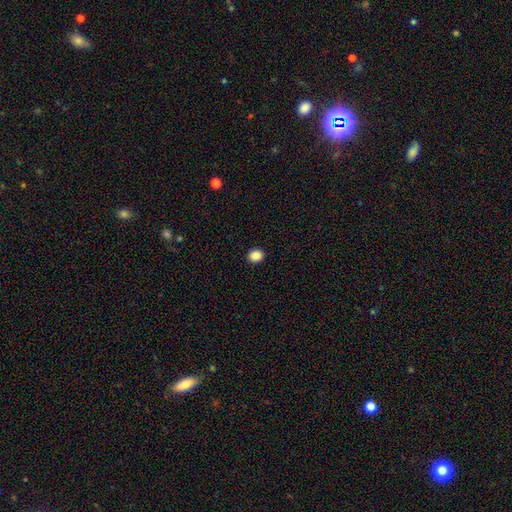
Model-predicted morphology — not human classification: Smooth or featured?
  - smooth: 88% *
  - star or artifact: 10%
  - featured or disk: 3%
How rounded?
  - round: 66% *
  - in between: 33%
  - cigar-shaped: 1%
Merging?
  - none: 92% *
  - minor disturbance: 5%
  - major disturbance: 2%
  - merger: 1%